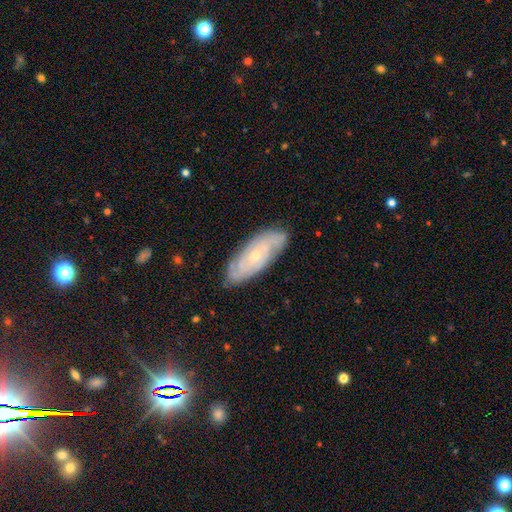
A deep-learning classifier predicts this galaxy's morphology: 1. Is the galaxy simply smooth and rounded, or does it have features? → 75% featured or disk, 18% smooth, 7% star or artifact.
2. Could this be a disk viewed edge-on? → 88% no, 12% yes.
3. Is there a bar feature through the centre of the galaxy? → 78% no, 18% weak, 4% strong.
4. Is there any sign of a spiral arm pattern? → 89% yes, 11% no.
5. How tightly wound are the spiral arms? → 70% tight, 23% medium, 6% loose.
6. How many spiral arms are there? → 45% can't tell, 27% 2, 12% 3, 7% 4, 4% more than 4, 4% 1.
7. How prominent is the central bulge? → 74% small, 23% moderate, 1% none, 1% large, 1% dominant.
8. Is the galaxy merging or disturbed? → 82% none, 14% minor disturbance, 3% major disturbance, 1% merger.